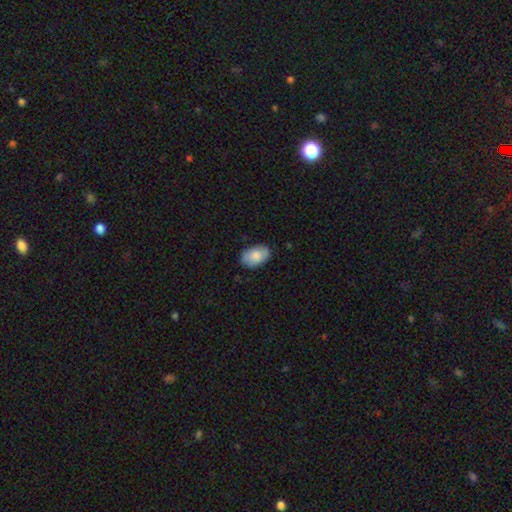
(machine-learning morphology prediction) type=smooth (81%); roundness=in between (91%); merging=none (83%).